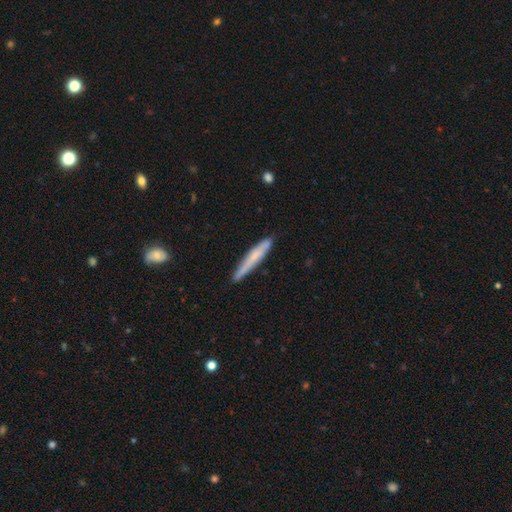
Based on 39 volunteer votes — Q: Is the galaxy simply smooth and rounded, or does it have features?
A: smooth — 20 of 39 (51%).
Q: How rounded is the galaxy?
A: cigar-shaped — 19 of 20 (95%).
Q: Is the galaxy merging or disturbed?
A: none — 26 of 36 (72%).